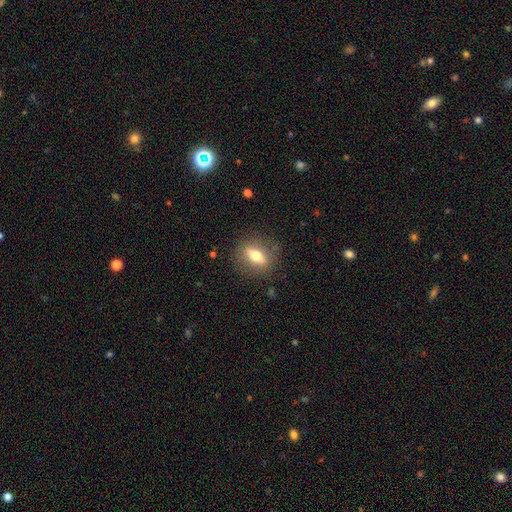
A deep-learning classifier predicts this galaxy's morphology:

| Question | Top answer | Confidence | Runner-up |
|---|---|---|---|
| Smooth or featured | smooth | 55% | featured or disk (37%) |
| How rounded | in between | 58% | round (25%) |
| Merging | none | 84% | minor disturbance (10%) |